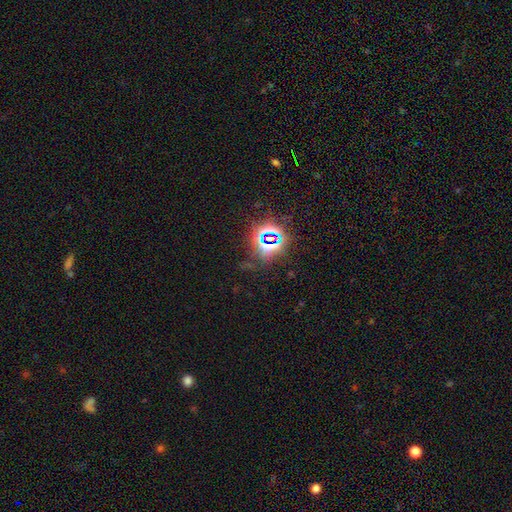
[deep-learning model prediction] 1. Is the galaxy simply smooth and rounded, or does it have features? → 78% star or artifact, 12% smooth, 10% featured or disk.